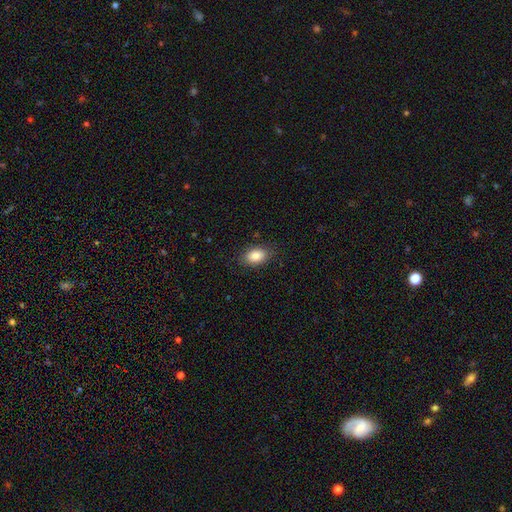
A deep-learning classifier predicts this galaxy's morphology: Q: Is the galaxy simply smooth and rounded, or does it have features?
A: smooth — 86%.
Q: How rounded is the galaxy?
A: in between — 88%.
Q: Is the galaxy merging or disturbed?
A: none — 84%.